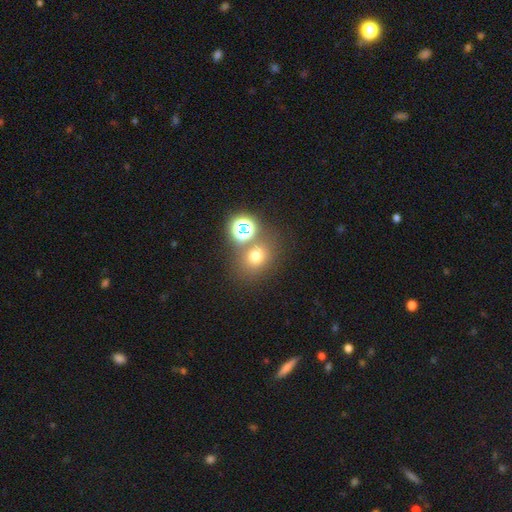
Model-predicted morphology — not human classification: A smooth galaxy with no disk features (66%) that is round (68%).

Vote fractions:
- Smooth or featured? smooth: 66% / star or artifact: 24% / featured or disk: 10%
- How rounded? round: 68% / in between: 31% / cigar-shaped: 1%
- Merging? none: 65% / merger: 22% / minor disturbance: 9% / major disturbance: 4%